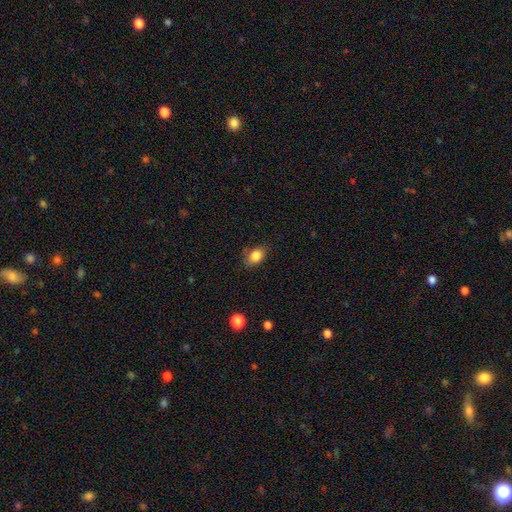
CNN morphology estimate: smooth-or-featured: smooth: 84% | star or artifact: 9% | featured or disk: 6%
  how-rounded: in between: 74% | round: 24% | cigar-shaped: 2%
  merging: none: 73% | minor disturbance: 21% | major disturbance: 5% | merger: 2%